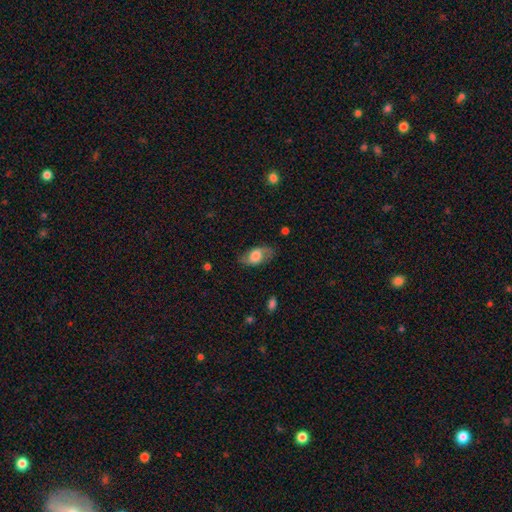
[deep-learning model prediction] Overall: smooth (52%; featured or disk 41%). How rounded: in between (88%). Merging: none (74%).